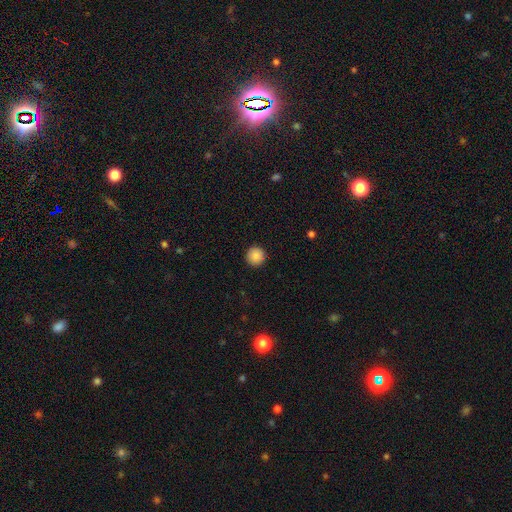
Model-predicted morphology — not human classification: A smooth galaxy with no disk features (87%) that is round (96%). Merging: none (93%).